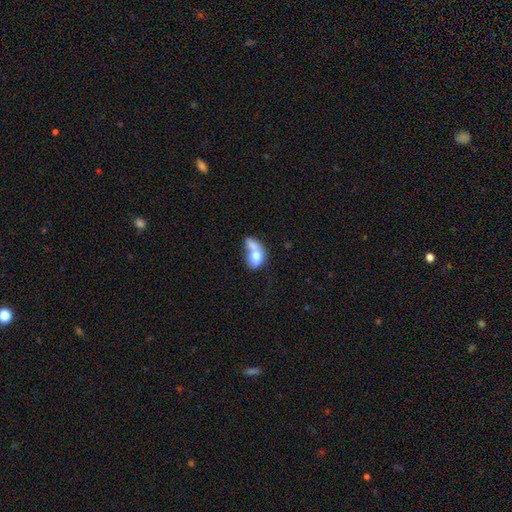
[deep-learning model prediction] Smooth or featured: smooth — 69% (featured or disk — 23%)
How rounded: in between — 78% (round — 19%)
Merging: merger — 63% (none — 15%)